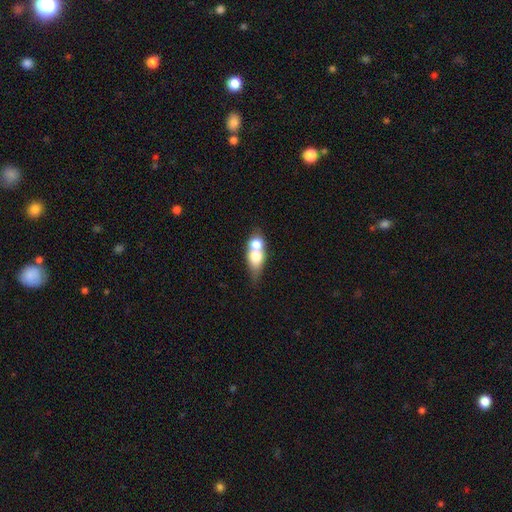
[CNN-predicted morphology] This is likely a smooth galaxy (61%). How rounded: possibly in between (58%). Merging: likely merger (64%).